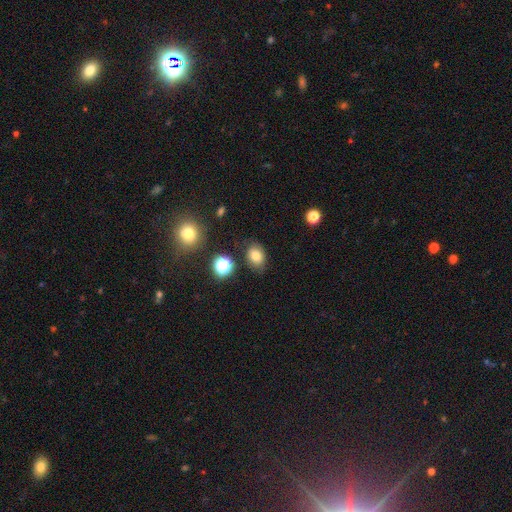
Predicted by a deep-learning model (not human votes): Smooth or featured? smooth (77%)
How rounded? in between (67%)
Merging? none (81%)